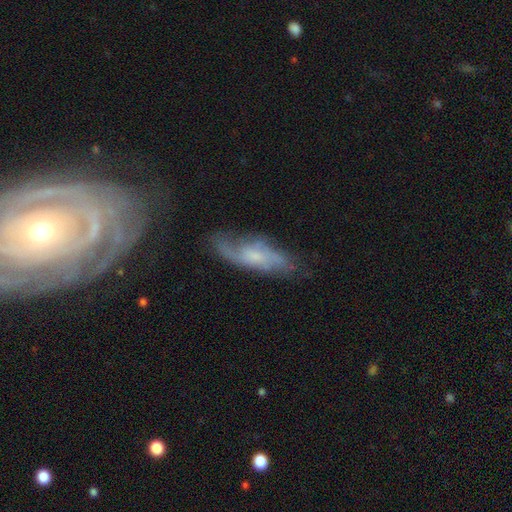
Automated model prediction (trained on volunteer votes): Morphology: type=featured or disk (61%); edge-on=no (79%); merging=none (59%).